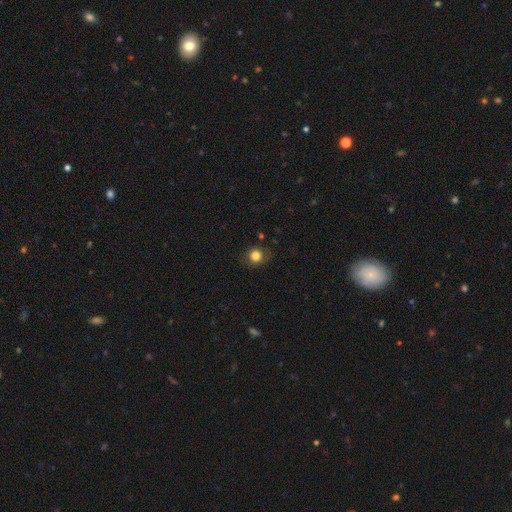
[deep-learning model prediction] This appears to be a smooth galaxy with no disk features (80%) that is round (79%). Merging: none (78%).